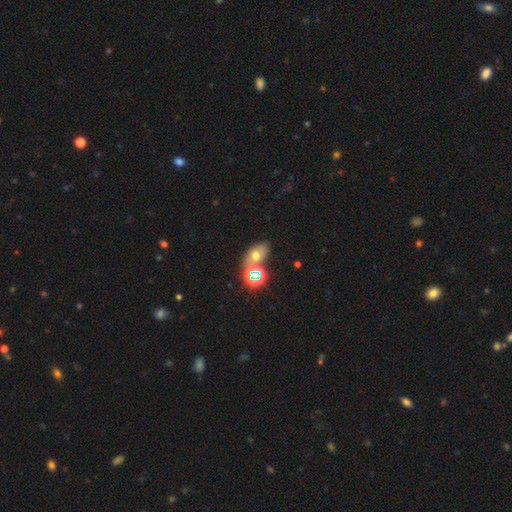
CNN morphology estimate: A smooth galaxy with no disk features (53%) that is in between round and cigar-shaped (76%).

Vote fractions:
- Smooth or featured? smooth: 53% / star or artifact: 27% / featured or disk: 20%
- How rounded? in between: 76% / round: 22% / cigar-shaped: 2%
- Merging? none: 53% / merger: 27% / minor disturbance: 13% / major disturbance: 7%